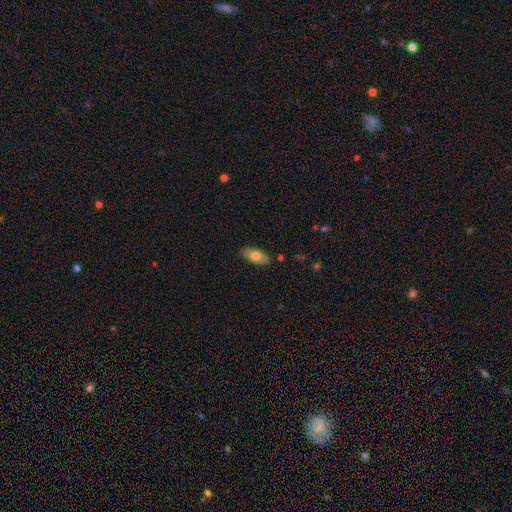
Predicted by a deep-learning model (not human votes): Smooth or featured? Predicted: smooth (p=0.71). How rounded? Predicted: in between (p=0.90). Merging? Predicted: none (p=0.86).